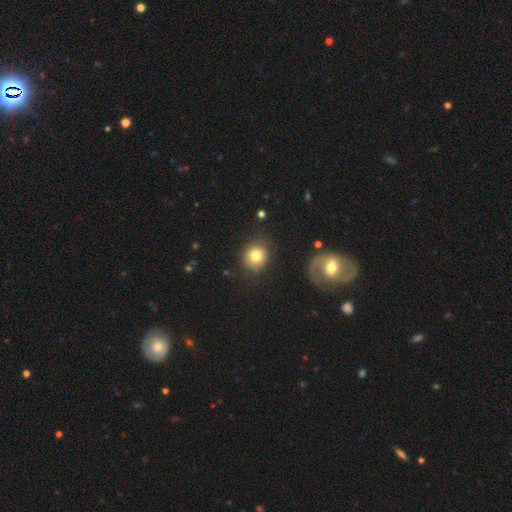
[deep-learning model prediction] smooth-or-featured: smooth: 78% | featured or disk: 12% | star or artifact: 10%
  how-rounded: round: 80% | in between: 19% | cigar-shaped: 1%
  merging: none: 77% | minor disturbance: 15% | major disturbance: 5% | merger: 2%